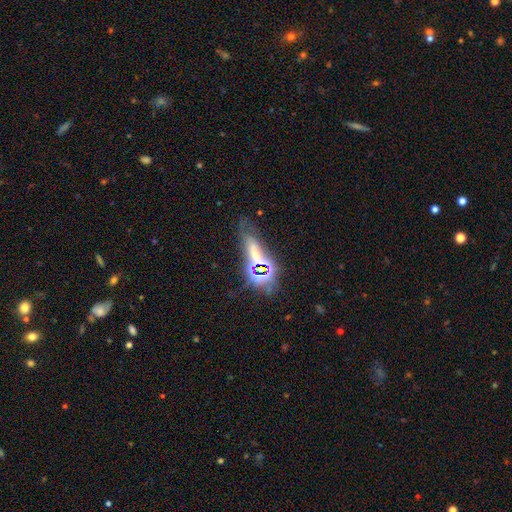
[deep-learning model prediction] This appears to be a star or artifact, not a galaxy (43%).